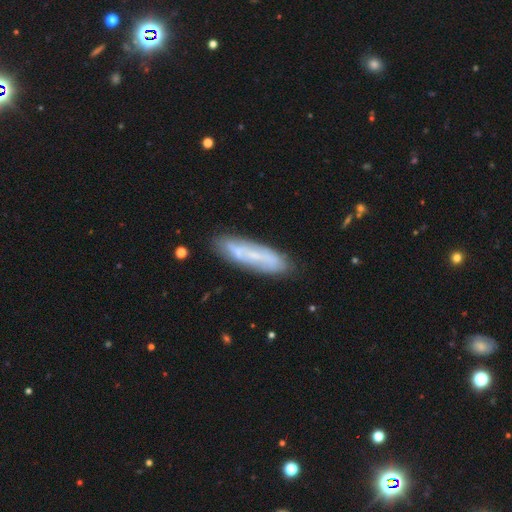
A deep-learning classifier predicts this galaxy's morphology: smooth_or_featured: featured or disk (p=0.53) [alt: smooth p=0.39]
disk_edge_on: no (p=0.68) [alt: yes p=0.32]
merging: none (p=0.80) [alt: minor disturbance p=0.14]